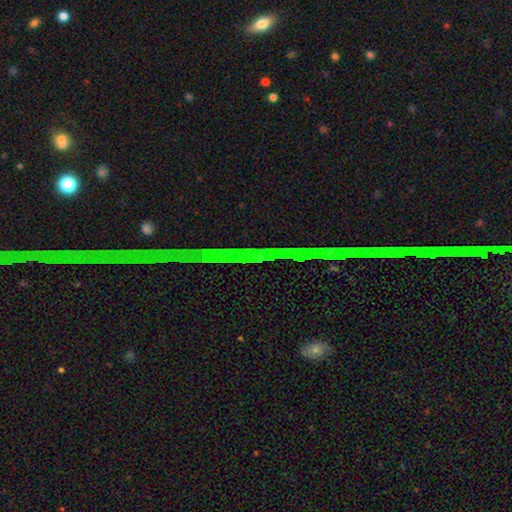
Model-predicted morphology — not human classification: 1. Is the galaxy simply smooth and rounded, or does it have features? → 85% star or artifact, 9% featured or disk, 6% smooth.